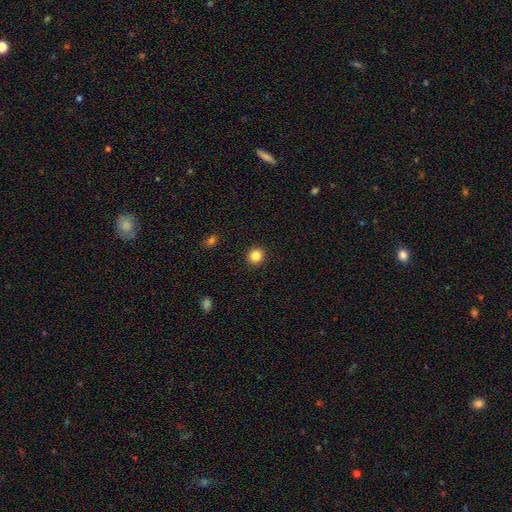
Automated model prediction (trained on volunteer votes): A smooth galaxy with no disk features (84%) that is round (89%). Merging: none (92%).